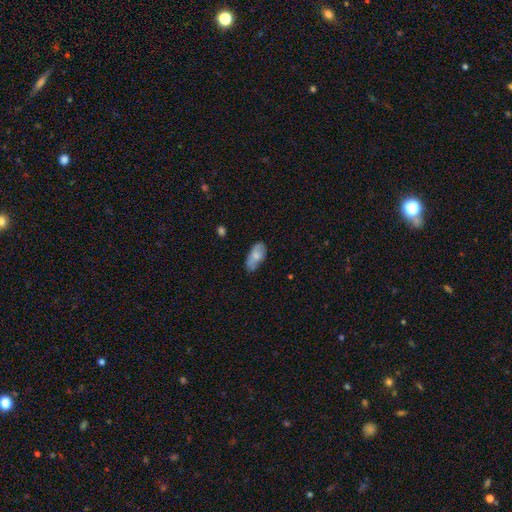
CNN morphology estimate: Smooth or featured?
  - smooth: 68% *
  - featured or disk: 25%
  - star or artifact: 7%
How rounded?
  - in between: 91% *
  - cigar-shaped: 6%
  - round: 3%
Merging?
  - none: 55% *
  - minor disturbance: 33%
  - major disturbance: 8%
  - merger: 4%